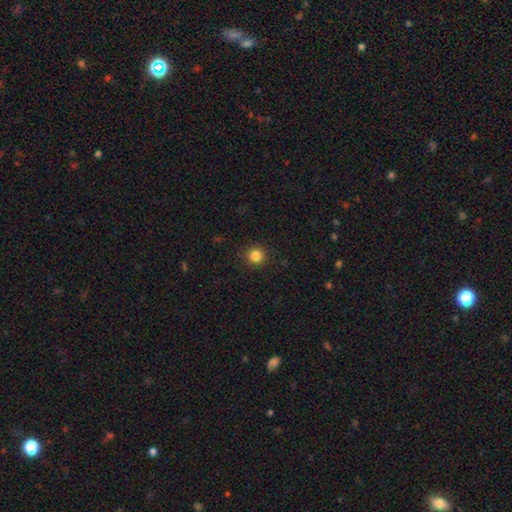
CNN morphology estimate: Q: Smooth or featured?
A: smooth (85%); runner-up: star or artifact (11%)
Q: How rounded?
A: round (93%); runner-up: in between (6%)
Q: Merging?
A: none (91%); runner-up: minor disturbance (6%)